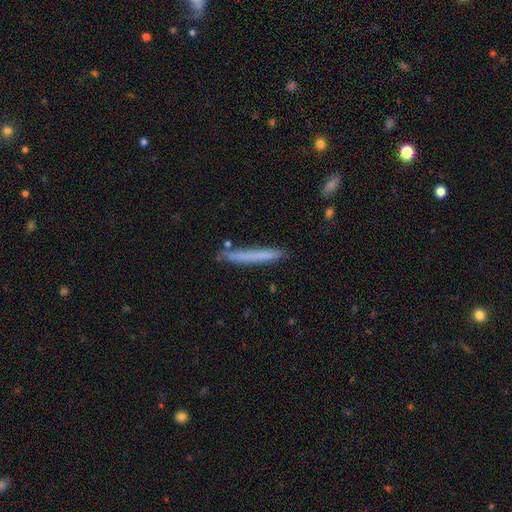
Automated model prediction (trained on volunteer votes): Overall: smooth (69%). How rounded: cigar-shaped (97%). Merging: none (83%).